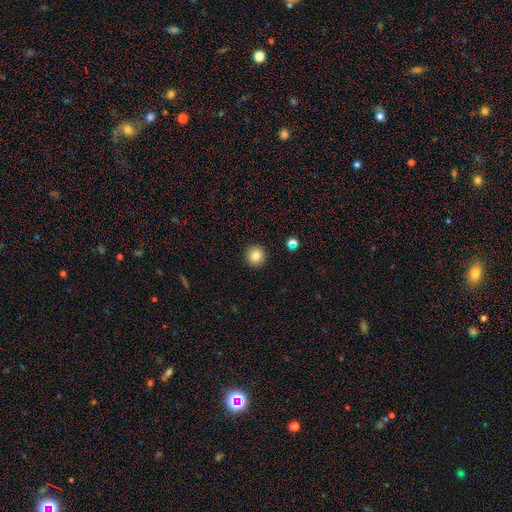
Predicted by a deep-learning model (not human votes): A smooth galaxy with no disk features (84%) that is round (94%). Merging: none (92%).